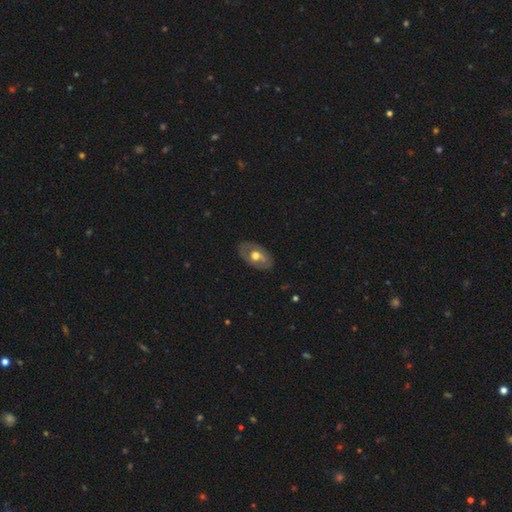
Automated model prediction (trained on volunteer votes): Smooth or featured?
  - featured or disk: 55% *
  - smooth: 39%
  - star or artifact: 6%
Edge-on disk?
  - no: 89% *
  - yes: 11%
Merging?
  - none: 79% *
  - minor disturbance: 16%
  - major disturbance: 4%
  - merger: 1%